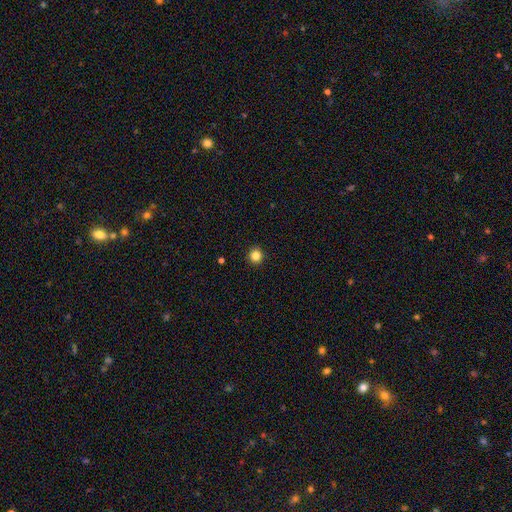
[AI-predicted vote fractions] smooth 84%, star or artifact 12%, featured or disk 4%. Down the decision tree: how rounded — round (93%); merging — none (93%).